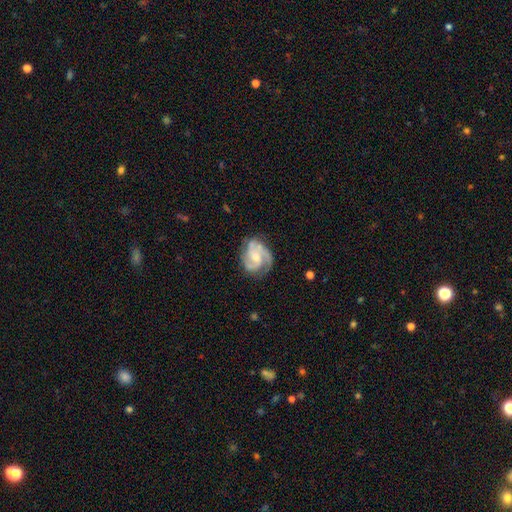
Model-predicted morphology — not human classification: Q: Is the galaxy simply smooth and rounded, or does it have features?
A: featured or disk — 85%.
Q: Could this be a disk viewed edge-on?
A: no — 98%.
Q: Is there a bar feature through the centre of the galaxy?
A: no — 56%.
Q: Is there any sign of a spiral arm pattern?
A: yes — 97%.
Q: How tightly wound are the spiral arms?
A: medium — 47%.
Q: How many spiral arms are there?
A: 2 — 53%.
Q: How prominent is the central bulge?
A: moderate — 45%.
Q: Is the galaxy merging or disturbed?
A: none — 67%.